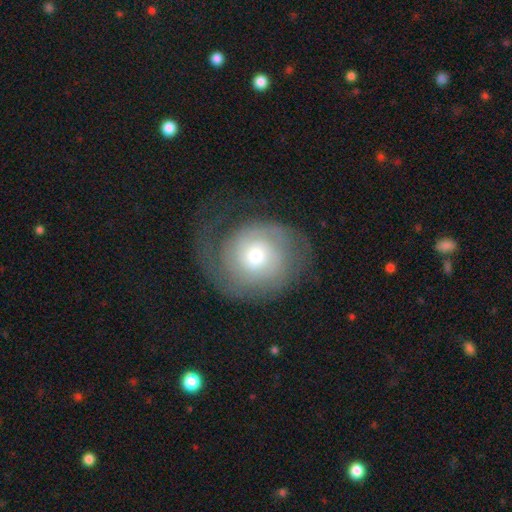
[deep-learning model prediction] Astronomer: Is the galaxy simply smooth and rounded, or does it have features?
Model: featured or disk — 74%.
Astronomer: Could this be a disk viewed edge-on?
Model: no — 97%.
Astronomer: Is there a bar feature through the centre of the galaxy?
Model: no — 76%.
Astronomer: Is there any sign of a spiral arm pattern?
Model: yes — 92%.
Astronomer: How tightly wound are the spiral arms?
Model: tight — 59%.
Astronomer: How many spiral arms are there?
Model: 2 — 53%.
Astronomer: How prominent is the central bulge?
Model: small — 47% (runner-up: moderate, 44%).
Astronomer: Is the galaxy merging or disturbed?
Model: none — 61%.